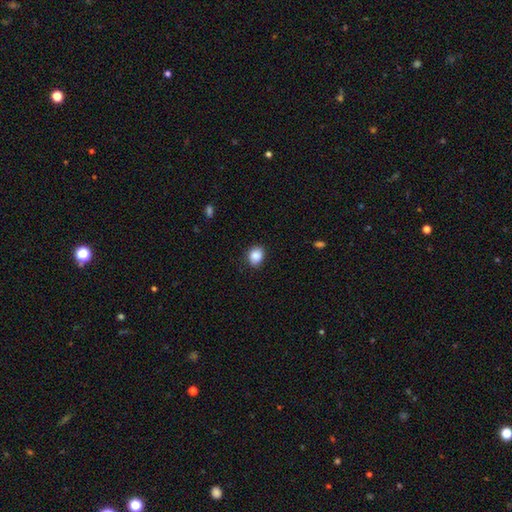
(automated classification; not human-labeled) smooth_or_featured: smooth (p=0.88) [alt: star or artifact p=0.08]
how_rounded: in between (p=0.50) [alt: round p=0.49]
merging: none (p=0.83) [alt: minor disturbance p=0.13]